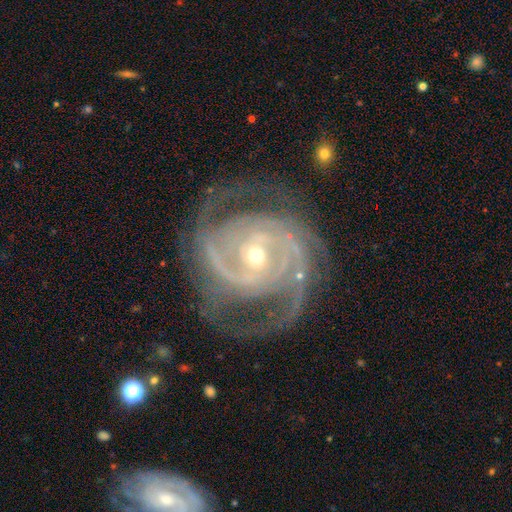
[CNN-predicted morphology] smooth-or-featured: featured or disk: 92% | star or artifact: 5% | smooth: 3%
  disk-edge-on: no: 97% | yes: 3%
    bar: no: 46% | weak: 34% | strong: 21%
    has-spiral-arms: yes: 98% | no: 2%
      spiral-winding: tight: 59% | medium: 36% | loose: 5%
      spiral-arm-count: 2: 47% | 3: 23% | can't tell: 10% | 4: 9% | more than 4: 5% | 1: 5%
    bulge-size: small: 58% | moderate: 39% | large: 2% | none: 1% | dominant: 1%
  merging: none: 71% | minor disturbance: 17% | major disturbance: 10% | merger: 2%